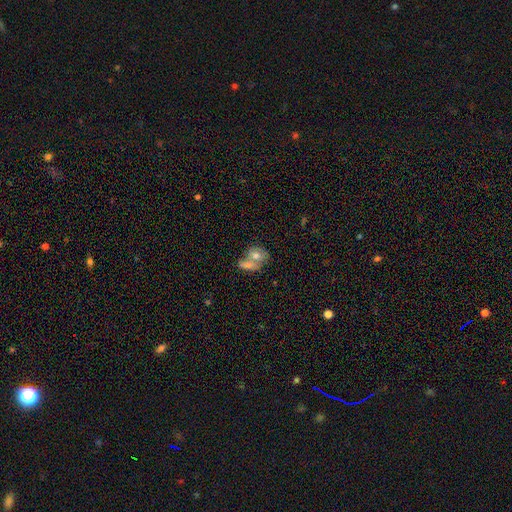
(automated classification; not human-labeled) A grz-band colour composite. It shows a smooth galaxy with no disk features (63%) that is in between round and cigar-shaped (53%). Merging: merger (57%).